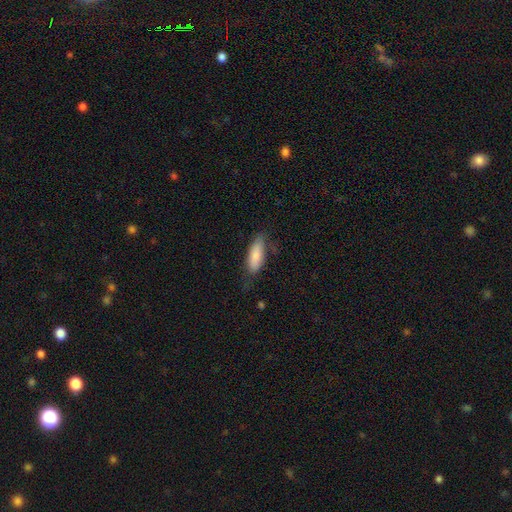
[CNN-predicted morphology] Q: Smooth or featured?
A: smooth (80%); runner-up: featured or disk (14%)
Q: How rounded?
A: in between (69%); runner-up: cigar-shaped (29%)
Q: Merging?
A: none (63%); runner-up: minor disturbance (27%)